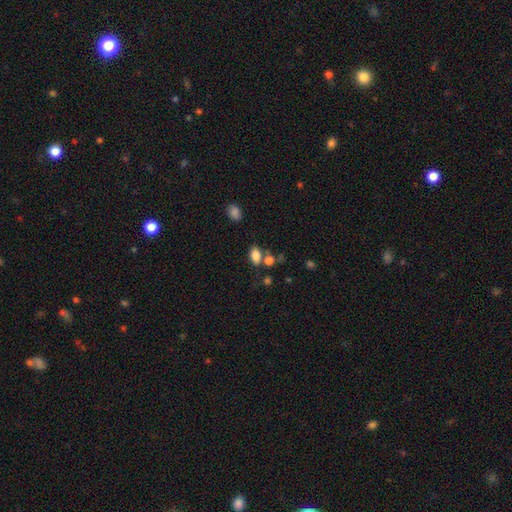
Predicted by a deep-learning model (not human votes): smooth 82%, star or artifact 10%, featured or disk 7%. Down the decision tree: how rounded — in between (87%); merging — none (57%).